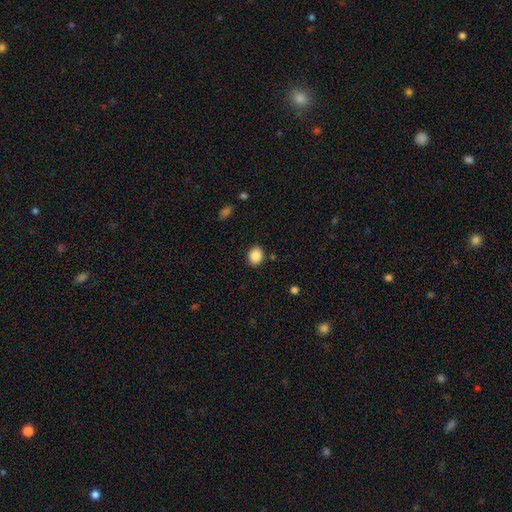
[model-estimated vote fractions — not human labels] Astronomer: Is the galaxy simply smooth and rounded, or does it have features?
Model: smooth — 88%.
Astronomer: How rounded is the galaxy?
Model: round — 51% (runner-up: in between, 48%).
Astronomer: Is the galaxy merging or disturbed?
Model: none — 86%.